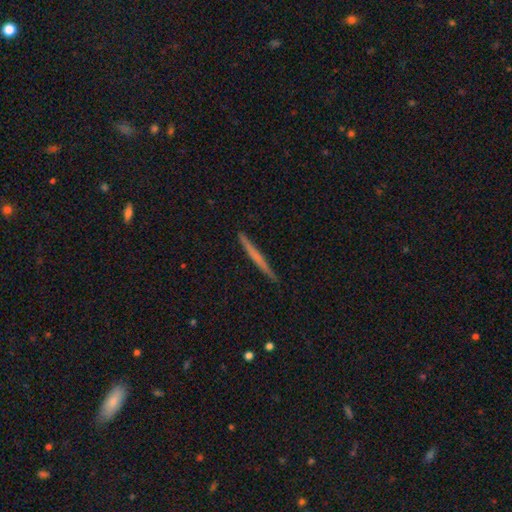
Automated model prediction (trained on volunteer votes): A smooth galaxy with no disk features (48%). Merging: none (92%).